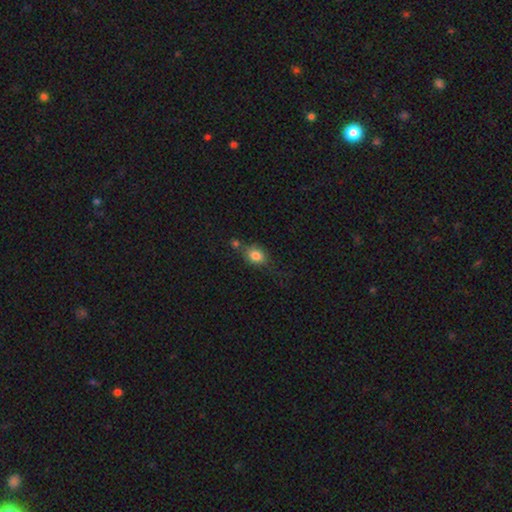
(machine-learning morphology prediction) Smooth or featured?
  - smooth: 82% *
  - star or artifact: 10%
  - featured or disk: 9%
How rounded?
  - in between: 53% *
  - round: 44%
  - cigar-shaped: 2%
Merging?
  - none: 51% *
  - minor disturbance: 21%
  - merger: 19%
  - major disturbance: 9%